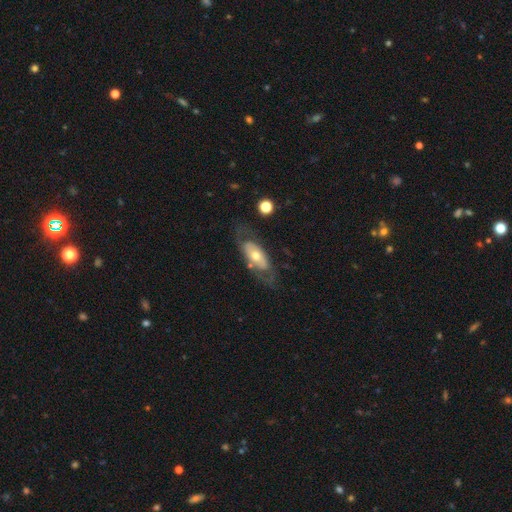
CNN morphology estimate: A featured or disk galaxy (57%). Merging: none (61%).